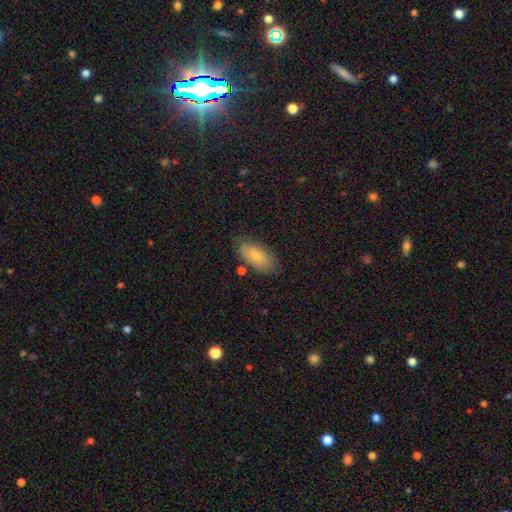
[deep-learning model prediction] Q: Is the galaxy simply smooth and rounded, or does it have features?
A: smooth — 76%.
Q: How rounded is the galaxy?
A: in between — 90%.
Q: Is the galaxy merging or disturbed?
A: none — 75%.